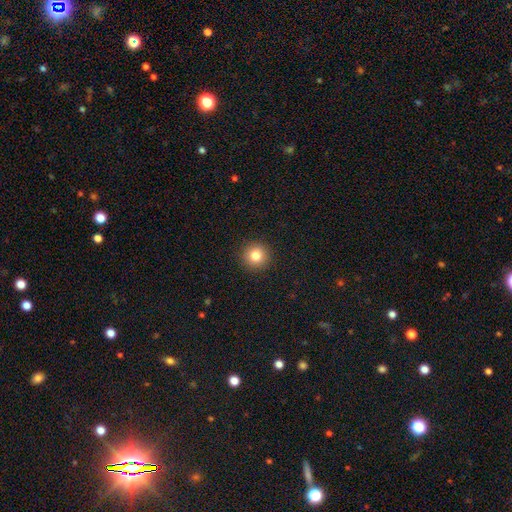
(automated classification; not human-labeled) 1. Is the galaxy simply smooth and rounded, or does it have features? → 82% smooth, 11% star or artifact, 7% featured or disk.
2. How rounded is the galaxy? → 95% round, 4% in between, 1% cigar-shaped.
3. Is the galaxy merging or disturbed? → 93% none, 5% minor disturbance, 2% major disturbance, 1% merger.